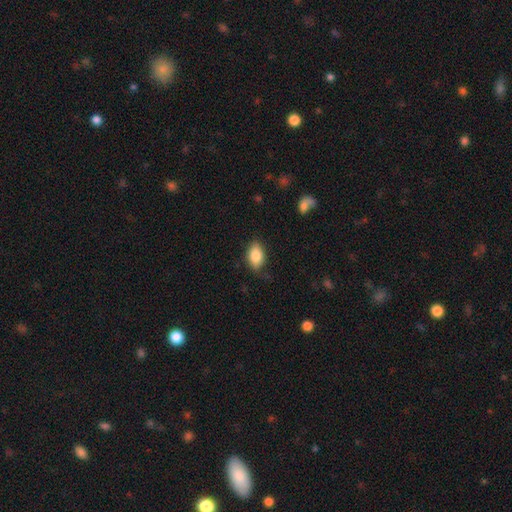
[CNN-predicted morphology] Smooth or featured?
  - smooth: 84% *
  - featured or disk: 9%
  - star or artifact: 7%
How rounded?
  - in between: 89% *
  - round: 8%
  - cigar-shaped: 3%
Merging?
  - none: 77% *
  - minor disturbance: 18%
  - major disturbance: 4%
  - merger: 1%